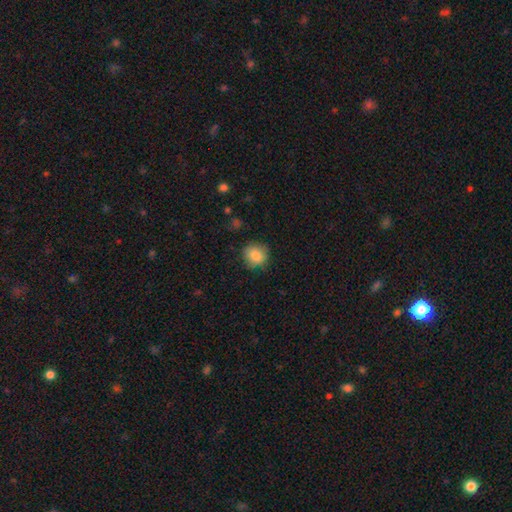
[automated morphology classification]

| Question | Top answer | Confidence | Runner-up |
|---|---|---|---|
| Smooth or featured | smooth | 84% | star or artifact (9%) |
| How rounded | round | 86% | in between (13%) |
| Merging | none | 82% | minor disturbance (13%) |